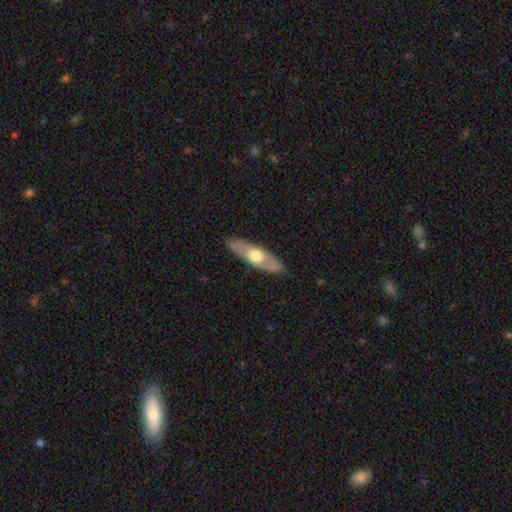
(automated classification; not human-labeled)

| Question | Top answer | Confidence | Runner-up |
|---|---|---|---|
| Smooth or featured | featured or disk | 50% | smooth (45%) |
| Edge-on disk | yes | 53% | no (47%) |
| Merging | none | 87% | minor disturbance (9%) |